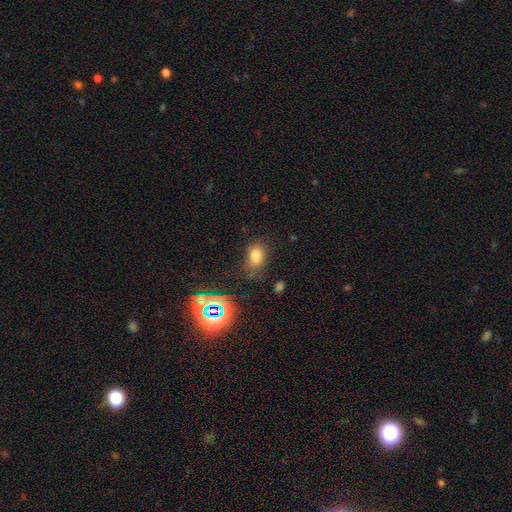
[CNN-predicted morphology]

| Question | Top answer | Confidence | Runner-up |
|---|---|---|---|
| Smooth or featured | smooth | 72% | star or artifact (19%) |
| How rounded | in between | 77% | round (21%) |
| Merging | none | 69% | minor disturbance (20%) |